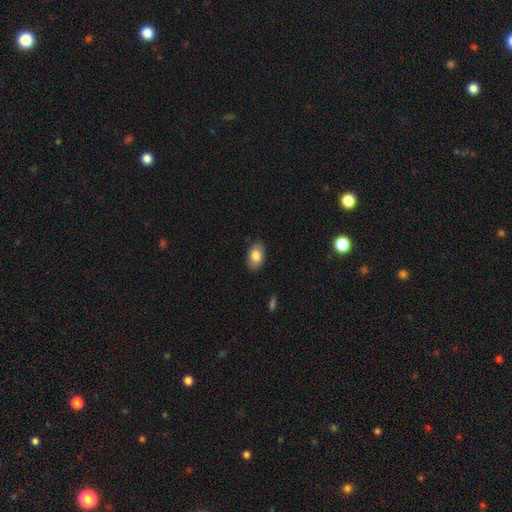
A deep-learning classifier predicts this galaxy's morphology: This appears to be a smooth galaxy with no disk features (81%) that is in between round and cigar-shaped (88%). Merging: none (86%).